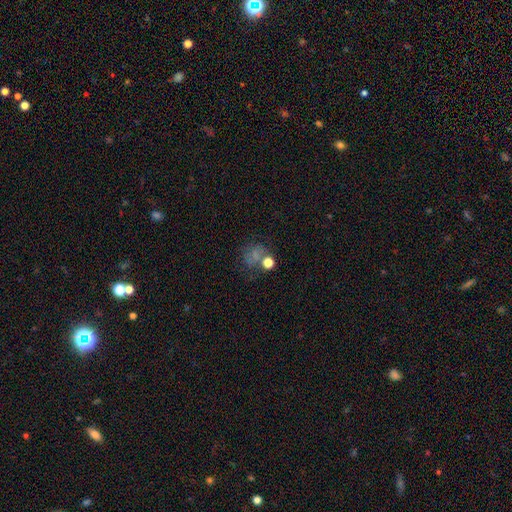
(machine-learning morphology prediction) This appears to be a smooth galaxy with no disk features (49%). Merging: none (48%).